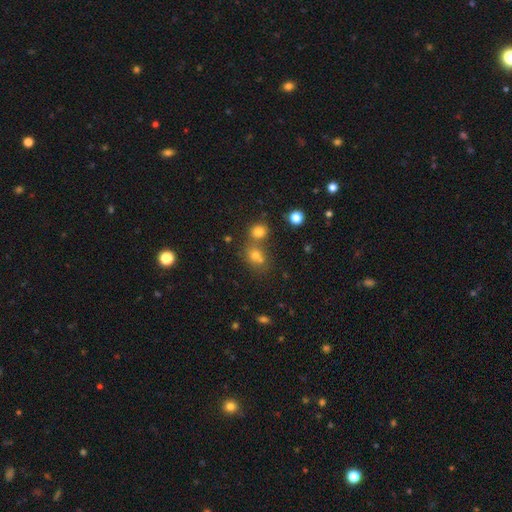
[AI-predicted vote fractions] This appears to be a smooth galaxy with no disk features (70%) that is round (67%). Merging: none (47%).